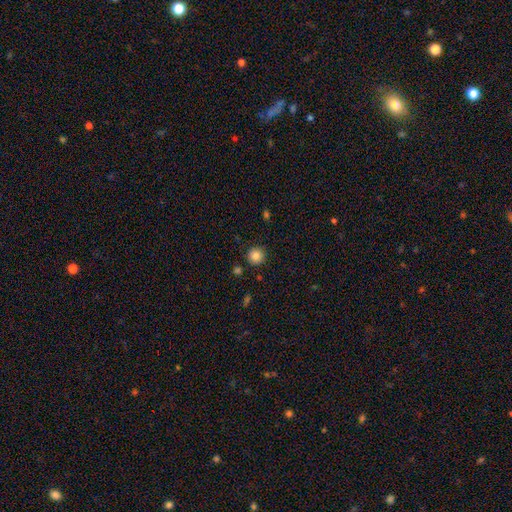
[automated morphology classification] A smooth galaxy with no disk features (84%) that is round (95%). Merging: none (89%).